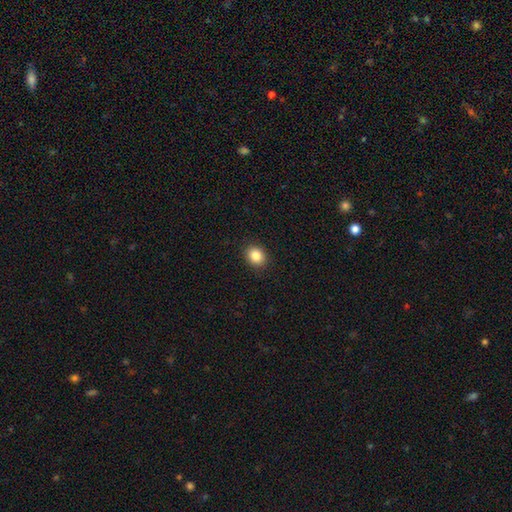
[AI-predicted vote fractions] The model was most divided on "how rounded": round: 56%, in between: 43%, cigar-shaped: 1%. More confident: merging — none (91%); smooth or featured — smooth (86%).